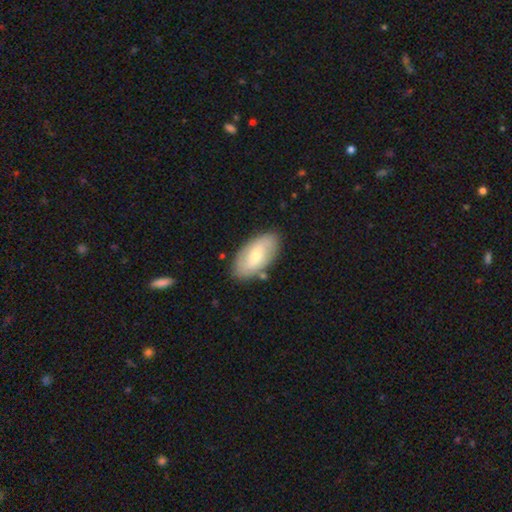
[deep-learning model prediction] Smooth or featured? Predicted: smooth (p=0.53). How rounded? Predicted: in between (p=0.93). Merging? Predicted: none (p=0.83).